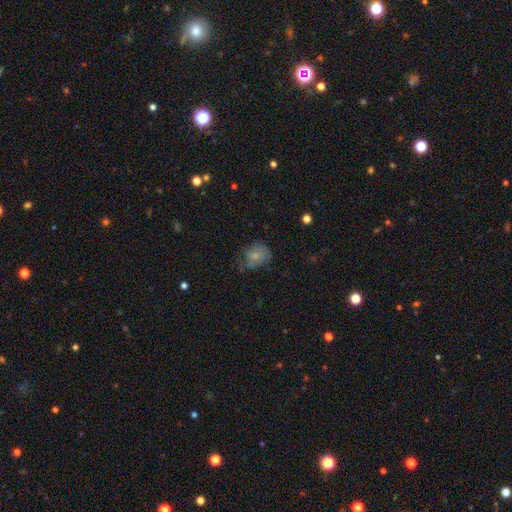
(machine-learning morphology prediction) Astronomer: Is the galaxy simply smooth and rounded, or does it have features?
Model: smooth — 69%.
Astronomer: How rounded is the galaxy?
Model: in between — 50% (runner-up: round, 49%).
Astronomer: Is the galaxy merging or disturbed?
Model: none — 44% (runner-up: minor disturbance, 36%).